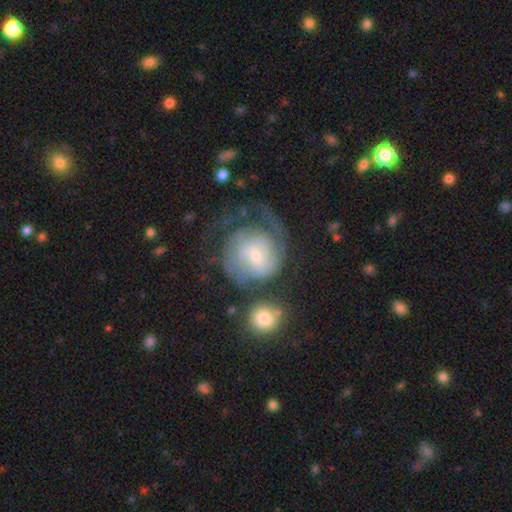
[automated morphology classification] Smooth or featured? featured or disk (78%)
Edge-on disk? no (97%)
Bar? no (54%)
Spiral arms? yes (93%)
Spiral winding? tight (53%)
Spiral arm count? 2 (35%)
Bulge size? small (67%)
Merging? none (46%)